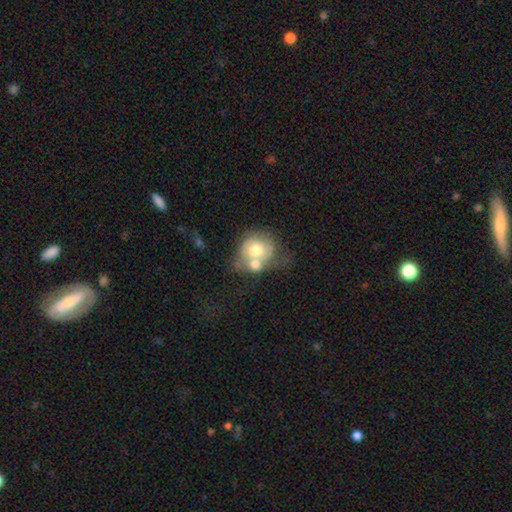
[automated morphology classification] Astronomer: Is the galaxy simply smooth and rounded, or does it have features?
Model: smooth — 53% (runner-up: featured or disk, 38%).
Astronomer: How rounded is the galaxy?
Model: round — 68%.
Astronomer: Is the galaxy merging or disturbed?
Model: merger — 56%.